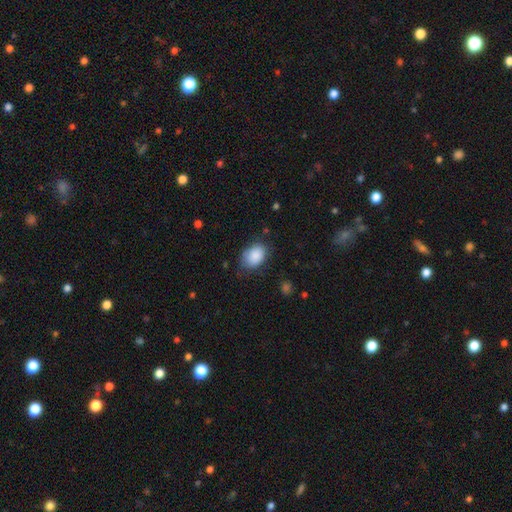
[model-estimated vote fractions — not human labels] A smooth galaxy with no disk features (88%) that is in between round and cigar-shaped (81%).

Vote fractions:
- Smooth or featured? smooth: 88% / star or artifact: 7% / featured or disk: 5%
- How rounded? in between: 81% / round: 18% / cigar-shaped: 1%
- Merging? none: 71% / minor disturbance: 22% / major disturbance: 5% / merger: 2%